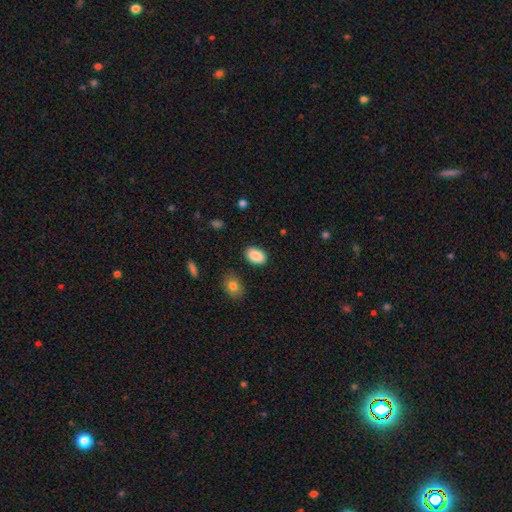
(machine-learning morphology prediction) Smooth or featured? Predicted: smooth (p=0.89). How rounded? Predicted: in between (p=0.89). Merging? Predicted: none (p=0.87).